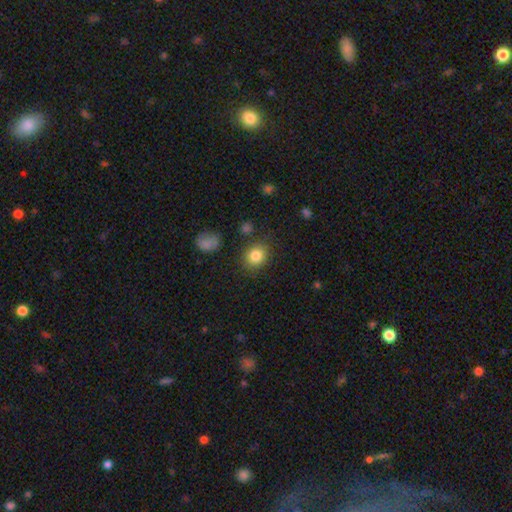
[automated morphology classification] smooth_or_featured: smooth (p=0.83) [alt: star or artifact p=0.10]
how_rounded: round (p=0.64) [alt: in between p=0.35]
merging: none (p=0.83) [alt: minor disturbance p=0.11]